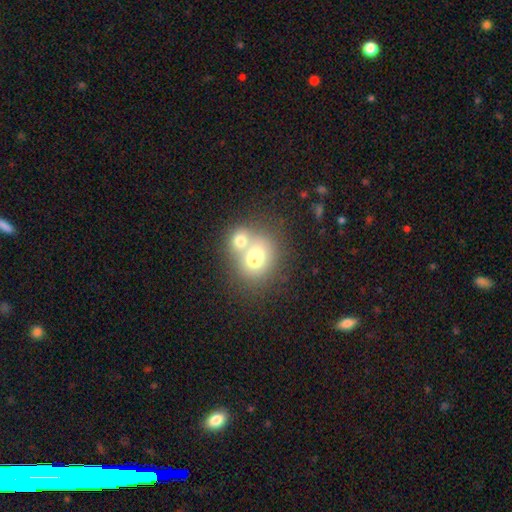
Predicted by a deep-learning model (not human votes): Morphology: type=smooth (65%); roundness=round (55%); merging=merger (62%).